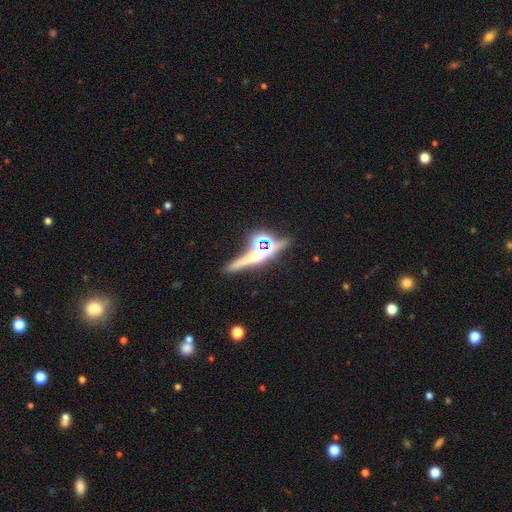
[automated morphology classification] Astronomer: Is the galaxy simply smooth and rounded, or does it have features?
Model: star or artifact — 38% (runner-up: featured or disk, 34%).